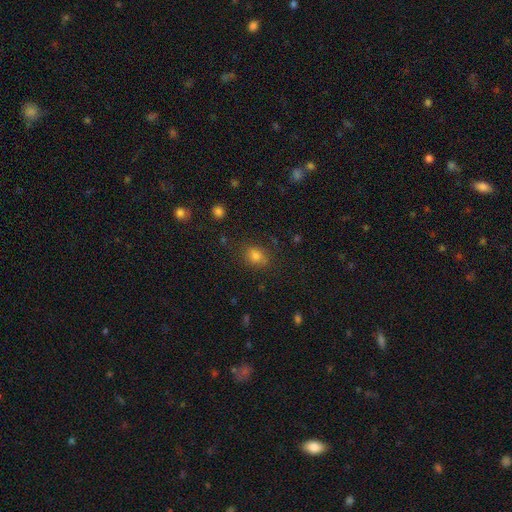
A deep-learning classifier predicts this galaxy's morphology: Smooth or featured? Predicted: smooth (p=0.76). How rounded? Predicted: round (p=0.50). Merging? Predicted: none (p=0.81).